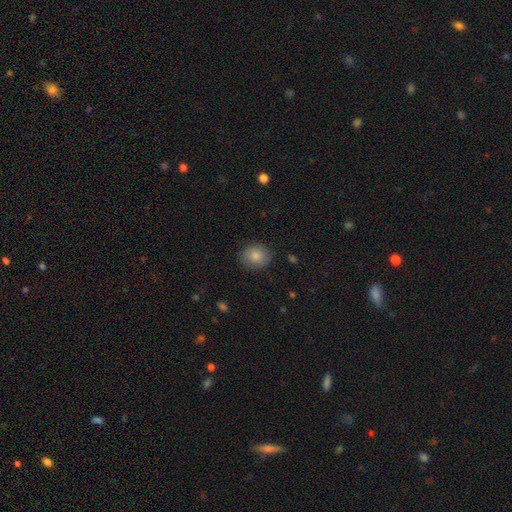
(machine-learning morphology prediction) The model was most divided on "how rounded": round: 70%, in between: 29%, cigar-shaped: 1%. More confident: merging — none (85%); smooth or featured — smooth (84%).